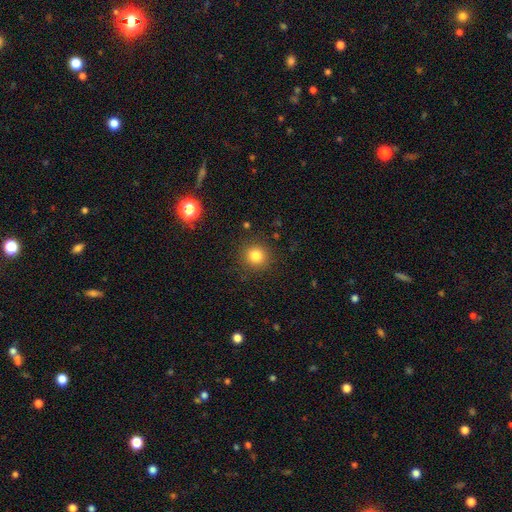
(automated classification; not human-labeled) This appears to be a smooth galaxy with no disk features (81%) that is round (93%). Merging: none (89%).